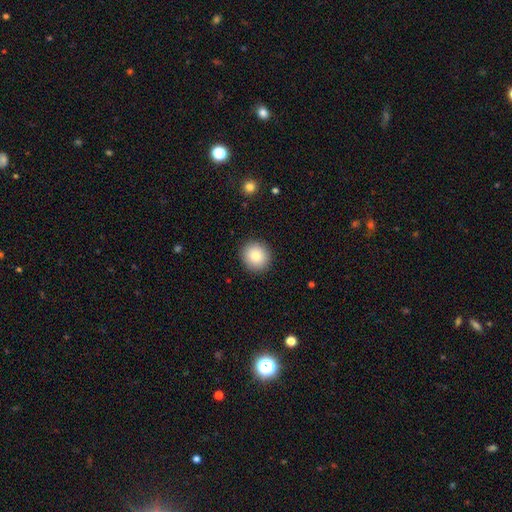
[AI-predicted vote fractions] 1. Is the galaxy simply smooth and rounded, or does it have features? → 85% smooth, 8% star or artifact, 7% featured or disk.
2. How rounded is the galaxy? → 91% round, 8% in between, 1% cigar-shaped.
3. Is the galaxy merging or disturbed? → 92% none, 6% minor disturbance, 2% major disturbance, 1% merger.